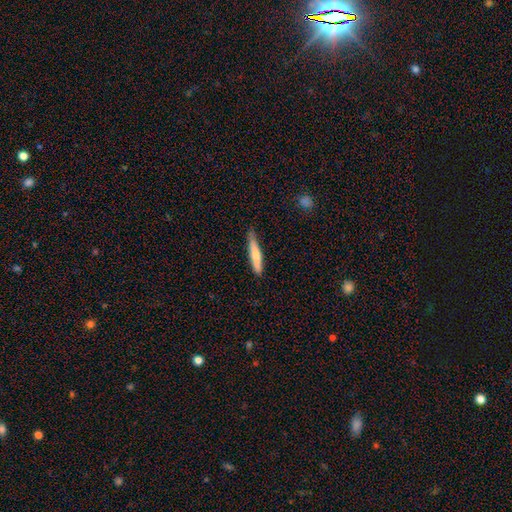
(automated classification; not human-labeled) Morphology: type=smooth (66%); roundness=cigar-shaped (90%); merging=none (75%).